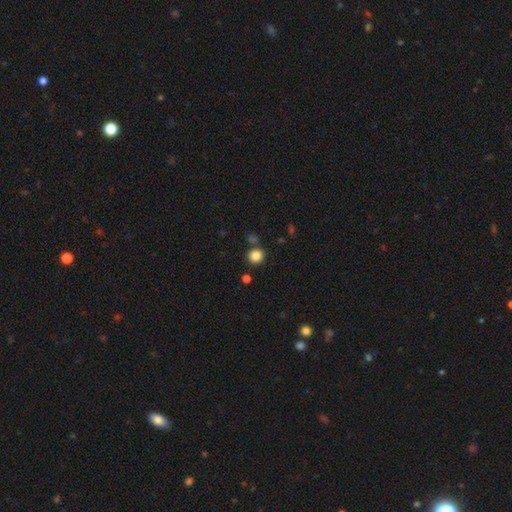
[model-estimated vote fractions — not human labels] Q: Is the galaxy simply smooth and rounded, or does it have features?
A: smooth — 85%.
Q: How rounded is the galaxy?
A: round — 87%.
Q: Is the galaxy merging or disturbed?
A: none — 80%.